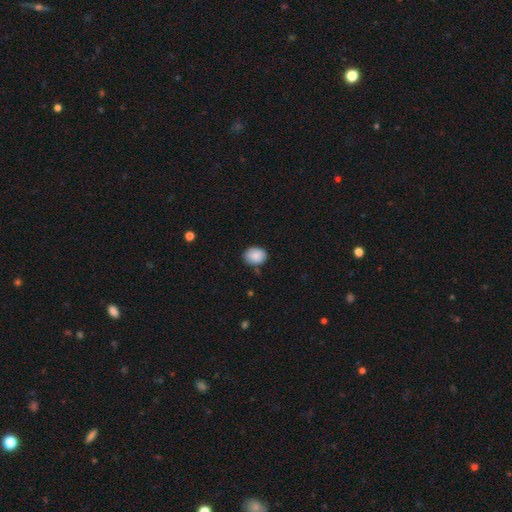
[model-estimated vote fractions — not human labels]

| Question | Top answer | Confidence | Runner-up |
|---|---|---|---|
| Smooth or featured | smooth | 86% | star or artifact (8%) |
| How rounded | in between | 54% | round (45%) |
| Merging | none | 78% | minor disturbance (17%) |